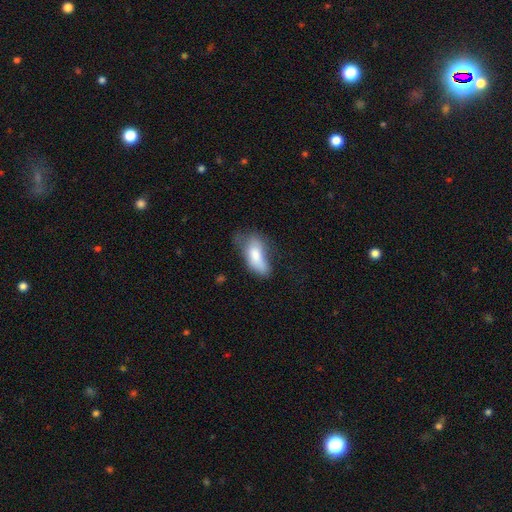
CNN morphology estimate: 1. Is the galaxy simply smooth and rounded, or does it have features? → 75% smooth, 17% featured or disk, 7% star or artifact.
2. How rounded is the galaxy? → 84% in between, 13% cigar-shaped, 3% round.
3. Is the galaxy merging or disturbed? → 37% minor disturbance, 30% none, 28% major disturbance, 5% merger.